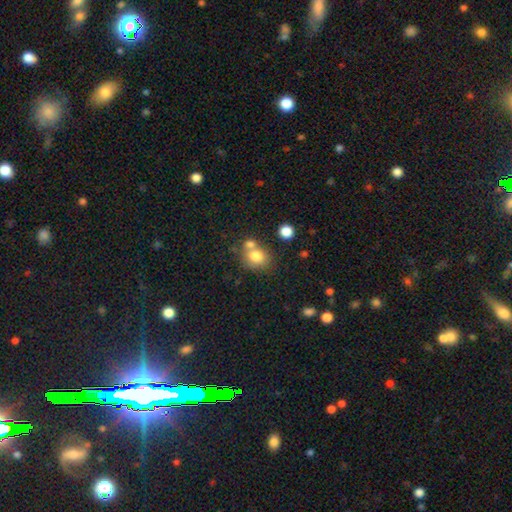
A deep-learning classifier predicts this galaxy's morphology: A smooth galaxy with no disk features (78%) that is round (68%). Merging: none (50%).